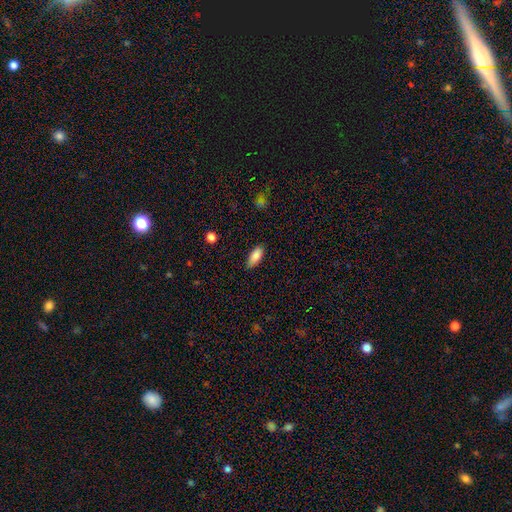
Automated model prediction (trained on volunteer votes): This is clearly a smooth galaxy (84%). How rounded: clearly in between (81%). Merging: clearly none (81%).